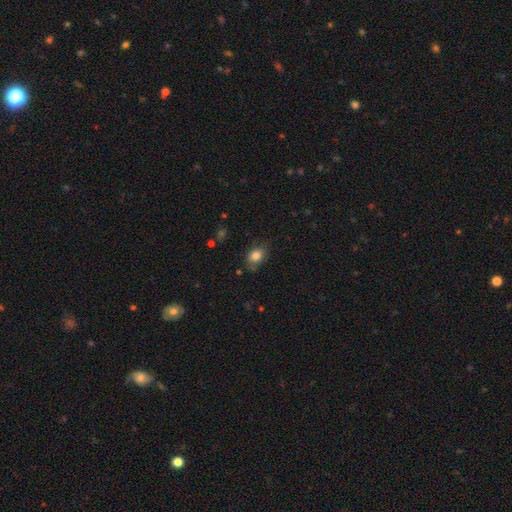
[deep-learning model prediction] Smooth or featured? Predicted: smooth (p=0.83). How rounded? Predicted: in between (p=0.68). Merging? Predicted: none (p=0.74).